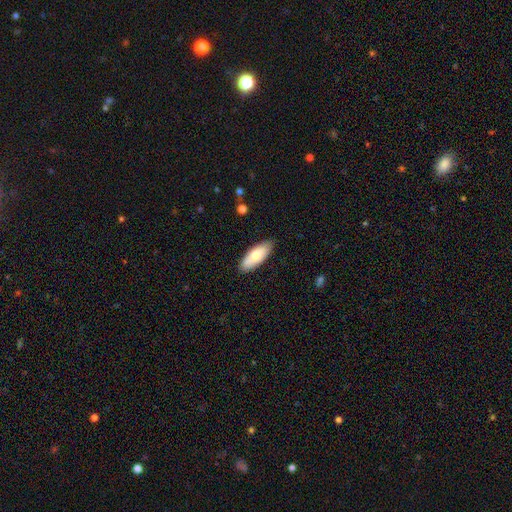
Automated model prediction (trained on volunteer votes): The model was most divided on "smooth or featured": smooth: 72%, featured or disk: 23%, star or artifact: 6%. More confident: merging — none (86%); how rounded — in between (78%).